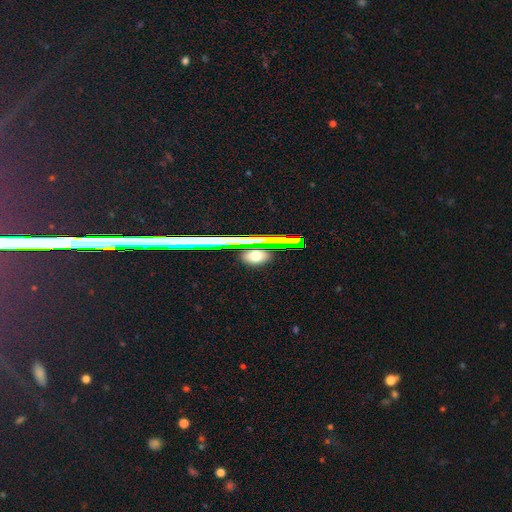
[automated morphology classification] Q: Smooth or featured?
A: smooth (60%); runner-up: star or artifact (27%)
Q: How rounded?
A: in between (59%); runner-up: round (34%)
Q: Merging?
A: none (83%); runner-up: minor disturbance (10%)